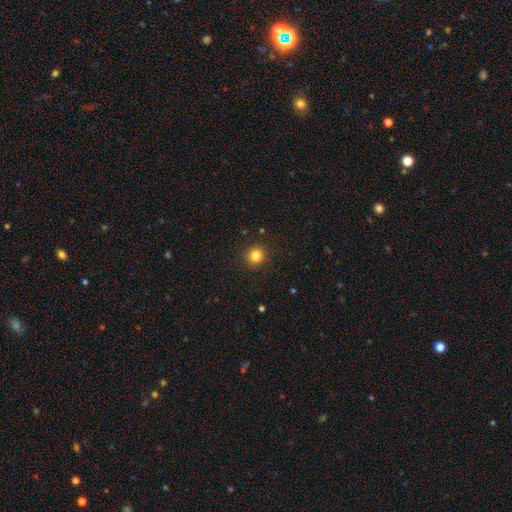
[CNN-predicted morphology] Smooth or featured?
  - smooth: 83% *
  - star or artifact: 12%
  - featured or disk: 5%
How rounded?
  - round: 91% *
  - in between: 8%
  - cigar-shaped: 1%
Merging?
  - none: 91% *
  - minor disturbance: 6%
  - major disturbance: 2%
  - merger: 1%